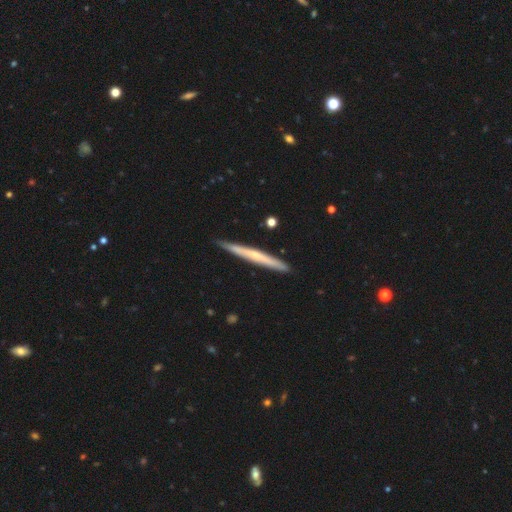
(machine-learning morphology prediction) This is possibly a featured or disk galaxy (54%). It is clearly viewed edge-on (96%). Edge-on bulge: possibly none (59%). Merging: clearly none (89%).